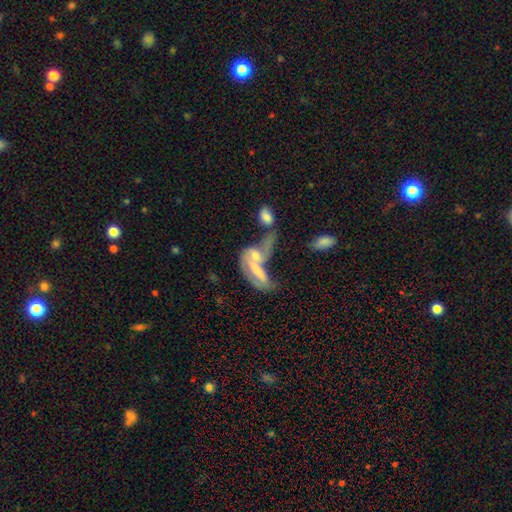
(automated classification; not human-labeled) A featured or disk galaxy (53%). Merging: merger (67%).